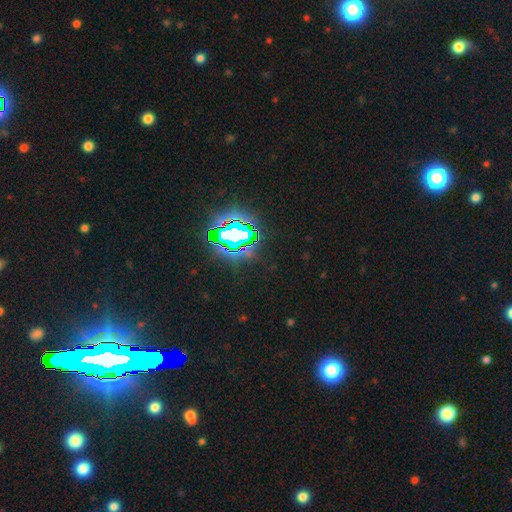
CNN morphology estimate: star or artifact 80%, featured or disk 10%, smooth 10%.